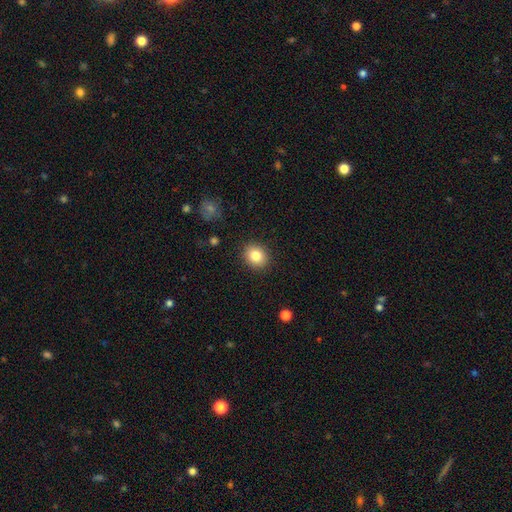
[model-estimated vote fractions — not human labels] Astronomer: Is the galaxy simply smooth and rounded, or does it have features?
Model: smooth — 83%.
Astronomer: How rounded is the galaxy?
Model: round — 70%.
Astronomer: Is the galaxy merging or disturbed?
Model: none — 90%.